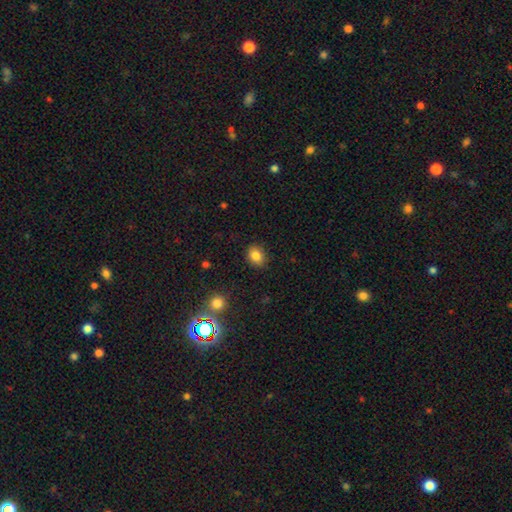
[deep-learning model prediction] Smooth or featured? smooth (84%)
How rounded? in between (54%)
Merging? none (87%)